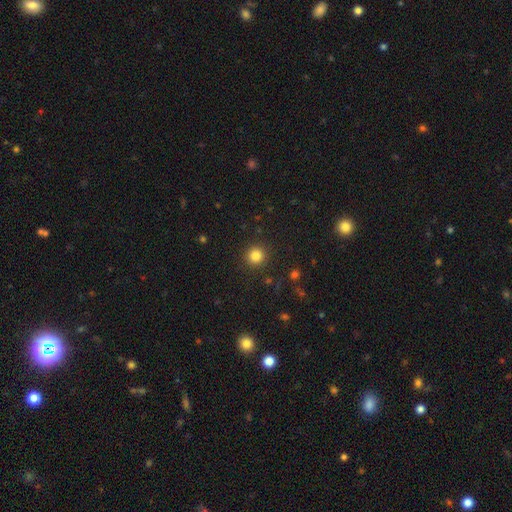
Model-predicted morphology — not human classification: smooth-or-featured: smooth: 83% | star or artifact: 12% | featured or disk: 5%
  how-rounded: round: 93% | in between: 6% | cigar-shaped: 1%
  merging: none: 91% | minor disturbance: 6% | major disturbance: 2% | merger: 1%